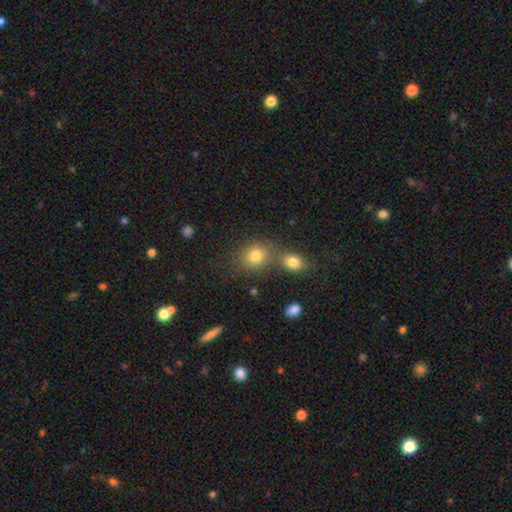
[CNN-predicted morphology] smooth-or-featured: smooth: 79% | star or artifact: 13% | featured or disk: 8%
  how-rounded: round: 66% | in between: 33% | cigar-shaped: 1%
  merging: none: 56% | merger: 31% | minor disturbance: 9% | major disturbance: 4%